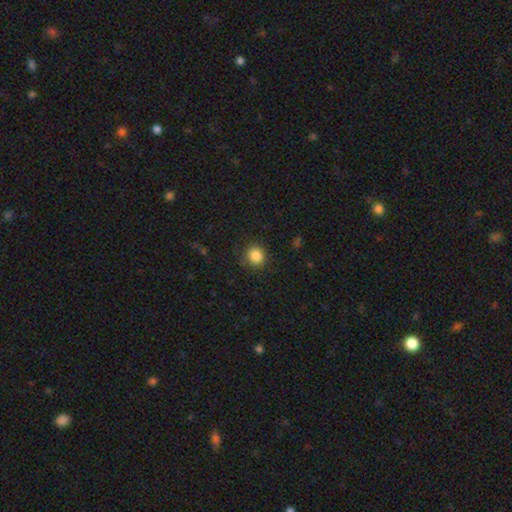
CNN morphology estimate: A smooth galaxy with no disk features (86%) that is round (85%).

Vote fractions:
- Smooth or featured? smooth: 86% / star or artifact: 10% / featured or disk: 4%
- How rounded? round: 85% / in between: 14% / cigar-shaped: 1%
- Merging? none: 85% / minor disturbance: 11% / major disturbance: 3% / merger: 1%